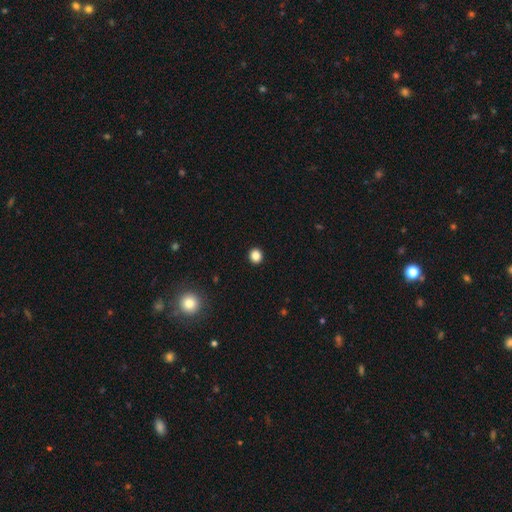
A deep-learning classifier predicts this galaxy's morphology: This is clearly a smooth galaxy (86%). How rounded: clearly round (84%). Merging: clearly none (93%).